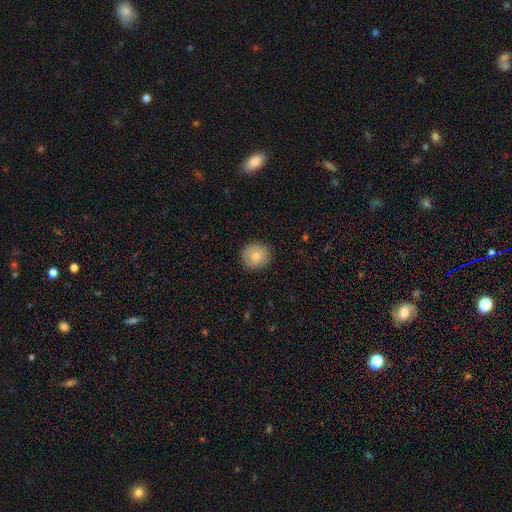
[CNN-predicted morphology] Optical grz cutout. It shows a smooth galaxy with no disk features (80%) that is round (90%). Merging: none (88%).